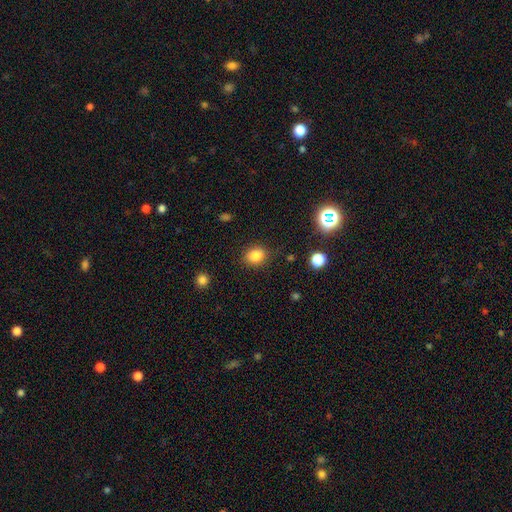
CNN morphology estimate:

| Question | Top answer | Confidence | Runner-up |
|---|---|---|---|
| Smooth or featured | smooth | 84% | star or artifact (11%) |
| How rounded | in between | 52% | round (47%) |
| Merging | none | 84% | minor disturbance (11%) |